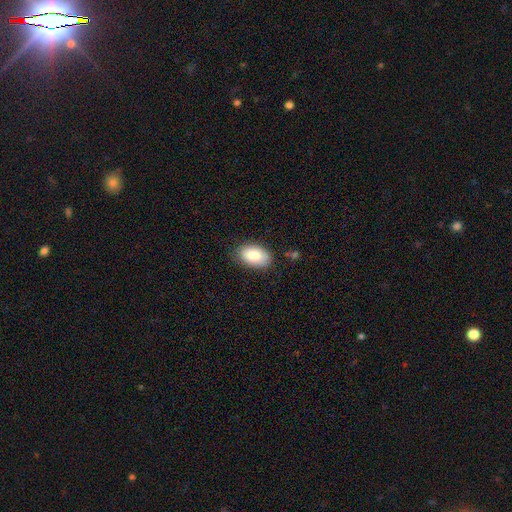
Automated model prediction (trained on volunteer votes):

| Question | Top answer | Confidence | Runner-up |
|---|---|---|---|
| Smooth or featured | smooth | 82% | featured or disk (11%) |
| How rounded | in between | 92% | round (6%) |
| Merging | none | 80% | minor disturbance (15%) |